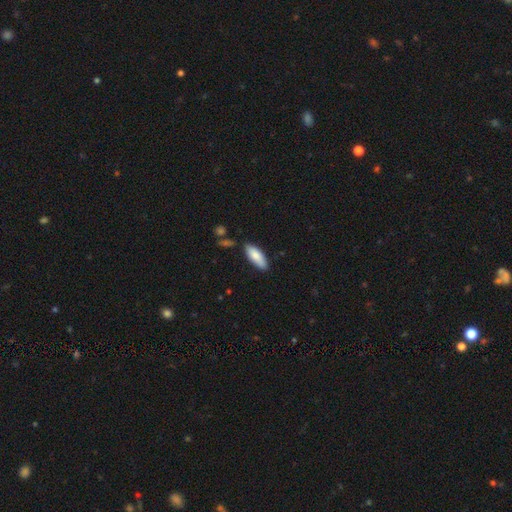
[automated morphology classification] Smooth or featured: smooth — 83% (featured or disk — 11%)
How rounded: in between — 72% (cigar-shaped — 26%)
Merging: none — 82% (minor disturbance — 13%)